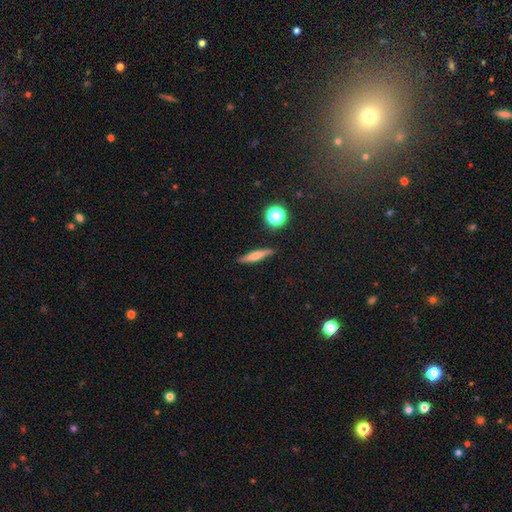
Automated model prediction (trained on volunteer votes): Q: Smooth or featured?
A: smooth (59%); runner-up: featured or disk (32%)
Q: How rounded?
A: cigar-shaped (83%); runner-up: in between (12%)
Q: Merging?
A: none (86%); runner-up: minor disturbance (10%)